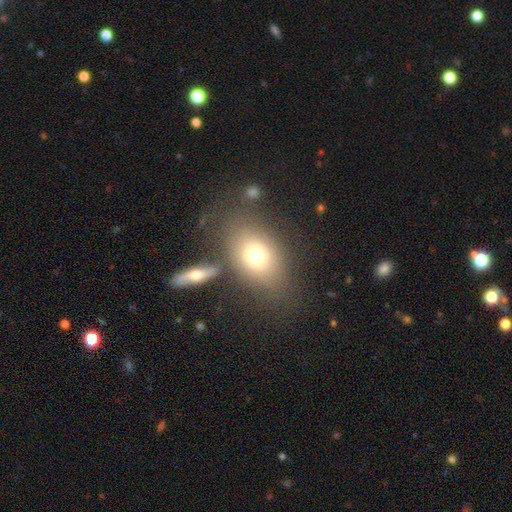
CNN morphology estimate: Q: Smooth or featured?
A: smooth (71%); runner-up: featured or disk (17%)
Q: How rounded?
A: in between (69%); runner-up: round (29%)
Q: Merging?
A: none (67%); runner-up: minor disturbance (13%)